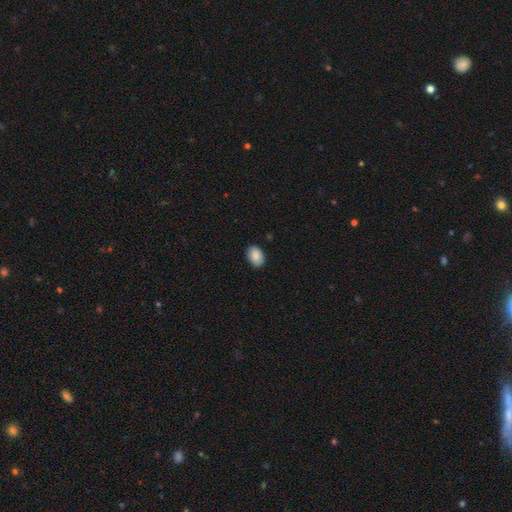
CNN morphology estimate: Smooth or featured? smooth (89%)
How rounded? in between (82%)
Merging? none (88%)